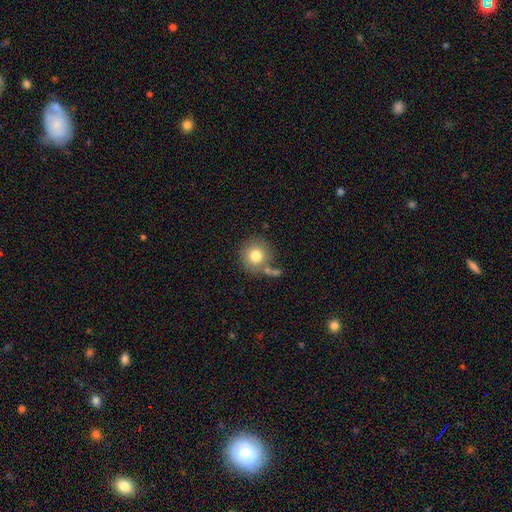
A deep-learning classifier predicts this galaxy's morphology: This is likely a smooth galaxy (78%). How rounded: clearly round (92%). Merging: likely none (67%).